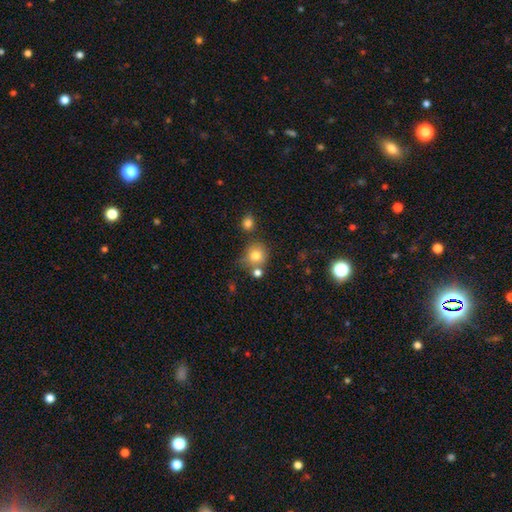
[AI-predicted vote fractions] smooth-or-featured: smooth: 78% | star or artifact: 12% | featured or disk: 10%
  how-rounded: round: 85% | in between: 14% | cigar-shaped: 1%
  merging: none: 63% | merger: 17% | minor disturbance: 15% | major disturbance: 5%